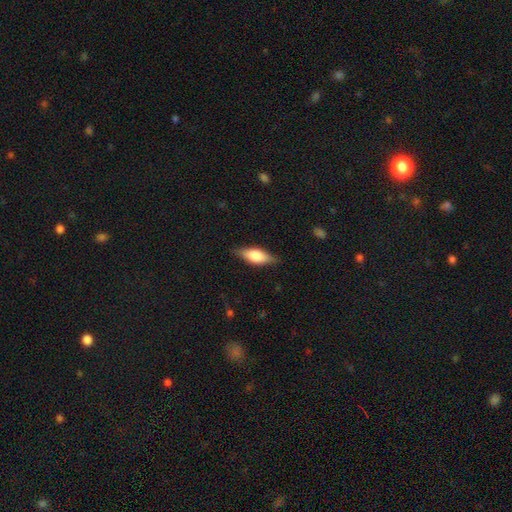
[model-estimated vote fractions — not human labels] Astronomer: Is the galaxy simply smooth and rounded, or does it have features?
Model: smooth — 62%.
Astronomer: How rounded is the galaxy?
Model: in between — 71%.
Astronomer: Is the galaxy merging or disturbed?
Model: none — 82%.